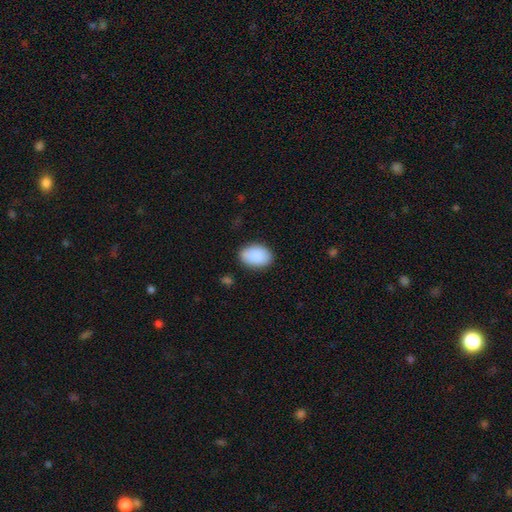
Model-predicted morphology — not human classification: Smooth or featured?
  - smooth: 90% *
  - star or artifact: 6%
  - featured or disk: 4%
How rounded?
  - in between: 87% *
  - round: 12%
  - cigar-shaped: 1%
Merging?
  - none: 85% *
  - minor disturbance: 11%
  - major disturbance: 3%
  - merger: 1%